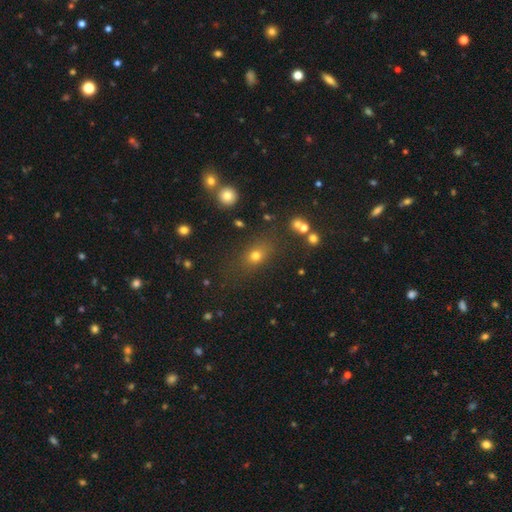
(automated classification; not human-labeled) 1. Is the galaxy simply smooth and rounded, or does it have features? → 69% smooth, 20% star or artifact, 11% featured or disk.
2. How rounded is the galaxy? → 57% in between, 39% round, 5% cigar-shaped.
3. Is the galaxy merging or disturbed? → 75% none, 14% minor disturbance, 7% major disturbance, 5% merger.